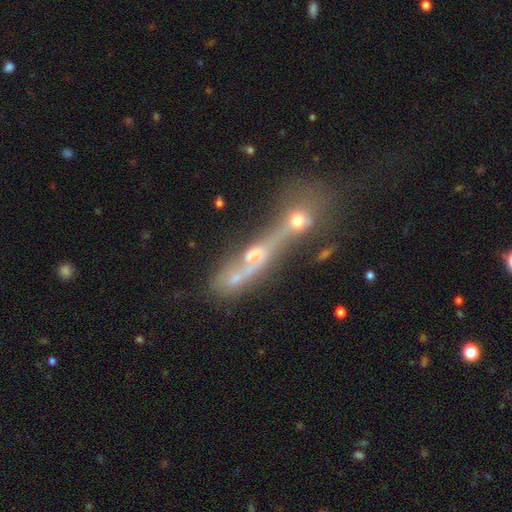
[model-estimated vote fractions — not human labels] A featured or disk galaxy (41%). Merging: merger (65%).